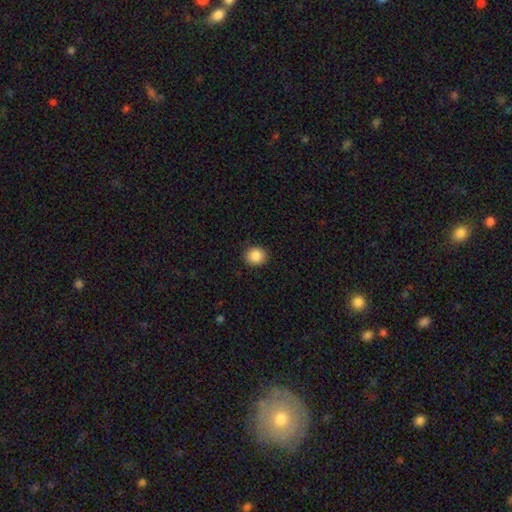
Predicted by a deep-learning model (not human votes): Smooth or featured? smooth (88%)
How rounded? round (80%)
Merging? none (91%)